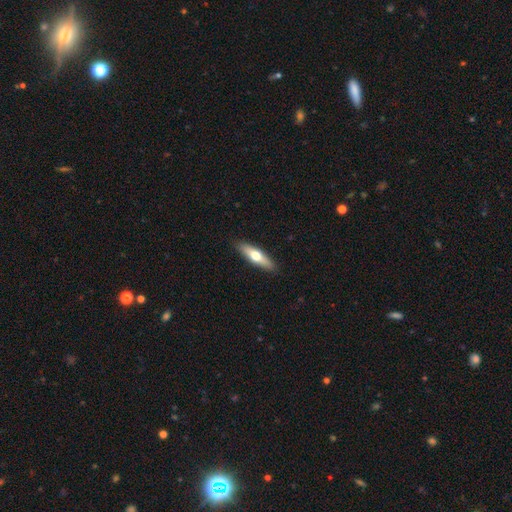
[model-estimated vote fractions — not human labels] Smooth or featured? Predicted: smooth (p=0.55). How rounded? Predicted: cigar-shaped (p=0.63). Merging? Predicted: none (p=0.90).